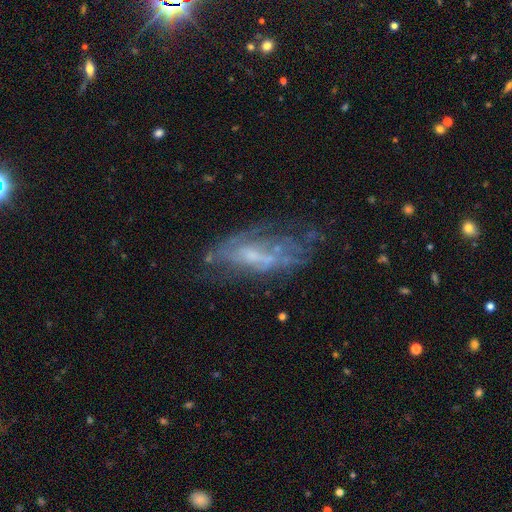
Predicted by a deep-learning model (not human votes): smooth-or-featured: featured or disk: 65% | smooth: 24% | star or artifact: 11%
  disk-edge-on: no: 88% | yes: 12%
    bar: no: 61% | weak: 31% | strong: 8%
    has-spiral-arms: no: 56% | yes: 44%
    bulge-size: small: 47% | moderate: 28% | none: 22% | large: 3% | dominant: 1%
  merging: none: 47% | minor disturbance: 23% | major disturbance: 23% | merger: 6%